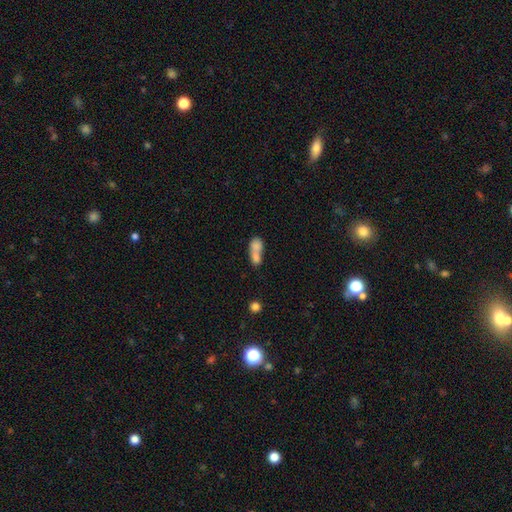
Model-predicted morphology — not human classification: Smooth or featured: smooth — 74% (featured or disk — 17%)
How rounded: in between — 63% (round — 31%)
Merging: merger — 74% (none — 16%)